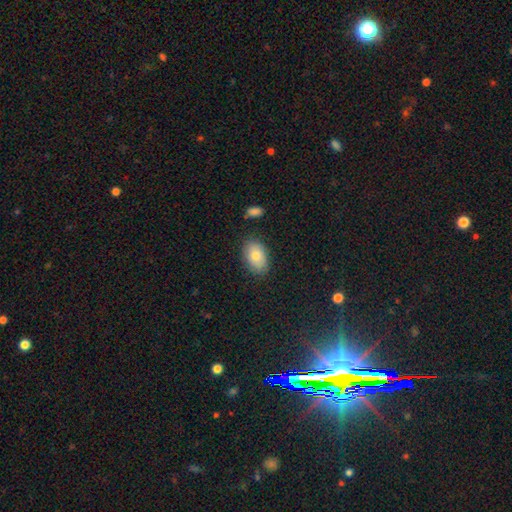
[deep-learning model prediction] This appears to be a smooth galaxy with no disk features (80%) that is in between round and cigar-shaped (89%). Merging: none (83%).